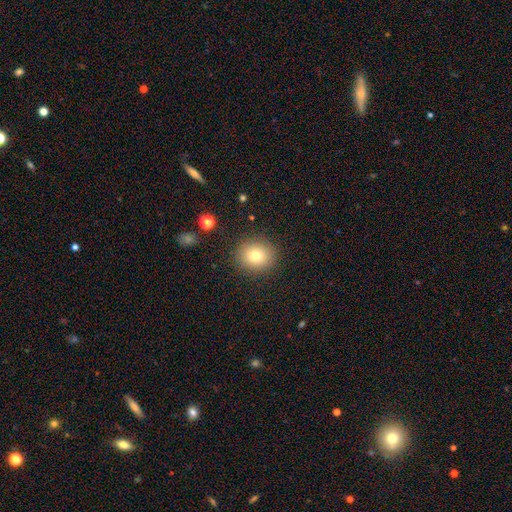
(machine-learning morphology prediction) Smooth or featured?
  - smooth: 78% *
  - star or artifact: 12%
  - featured or disk: 11%
How rounded?
  - round: 78% *
  - in between: 21%
  - cigar-shaped: 1%
Merging?
  - none: 88% *
  - minor disturbance: 8%
  - major disturbance: 3%
  - merger: 1%